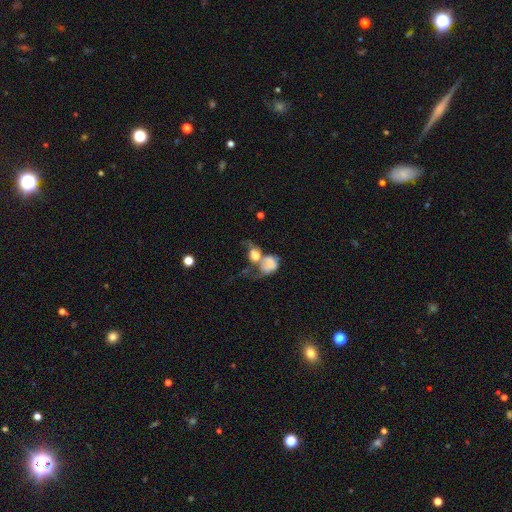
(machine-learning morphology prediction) A smooth galaxy with no disk features (53%) that is in between round and cigar-shaped (59%). Merging: merger (63%).